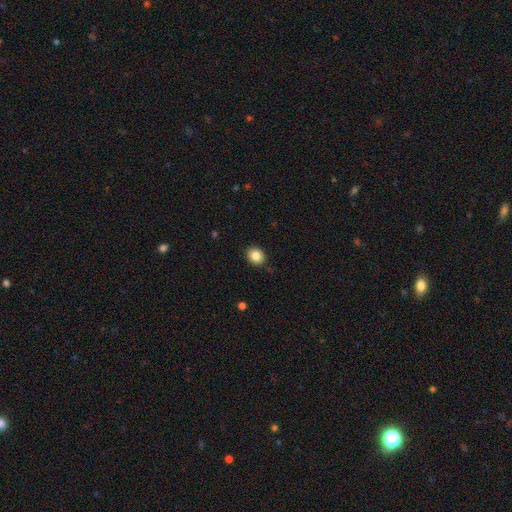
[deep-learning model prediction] A smooth galaxy with no disk features (84%) that is round (64%). Merging: none (85%).